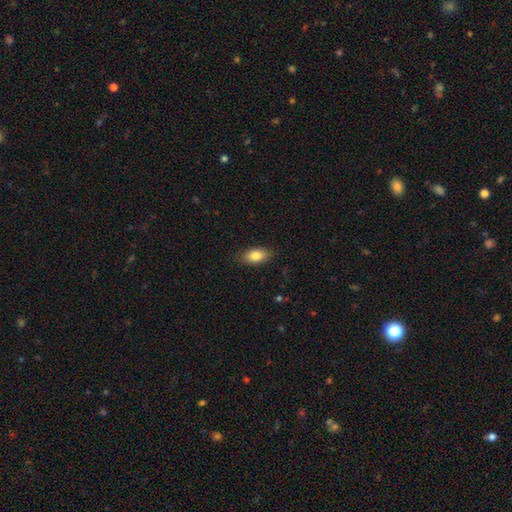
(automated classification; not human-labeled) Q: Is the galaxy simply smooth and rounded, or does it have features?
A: smooth — 83%.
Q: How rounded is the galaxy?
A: in between — 89%.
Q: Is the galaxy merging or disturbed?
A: none — 84%.